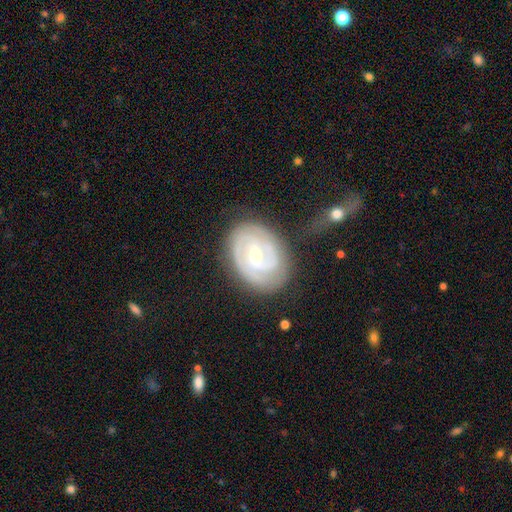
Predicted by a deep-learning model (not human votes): The model was most divided on "bar": weak: 46%, no: 35%, strong: 18%. More confident: edge-on disk — no (97%); spiral arms — yes (95%); smooth or featured — featured or disk (86%); merging — none (75%); spiral winding — tight (70%); bulge size — small (57%); spiral arm count — 2 (55%).